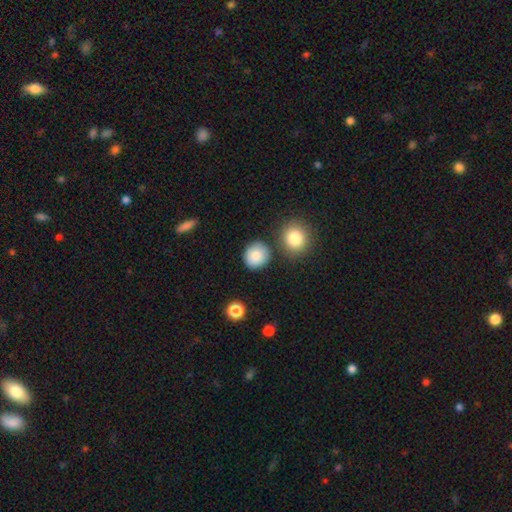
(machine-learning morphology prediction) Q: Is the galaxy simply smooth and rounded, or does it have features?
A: smooth — 86%.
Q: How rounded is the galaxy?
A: round — 87%.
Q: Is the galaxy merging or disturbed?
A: none — 81%.